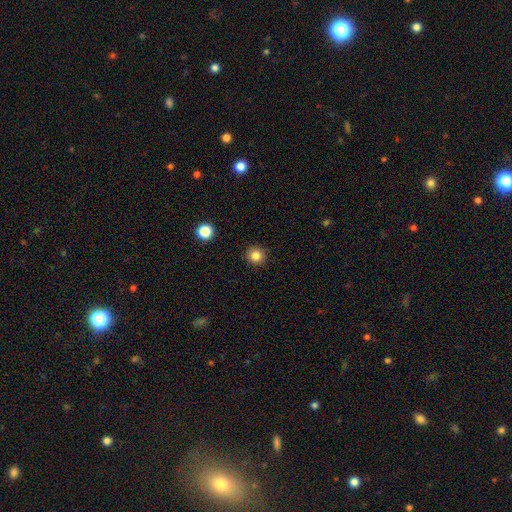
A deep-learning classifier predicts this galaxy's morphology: smooth_or_featured: smooth (p=0.83) [alt: star or artifact p=0.12]
how_rounded: round (p=0.93) [alt: in between p=0.06]
merging: none (p=0.91) [alt: minor disturbance p=0.06]